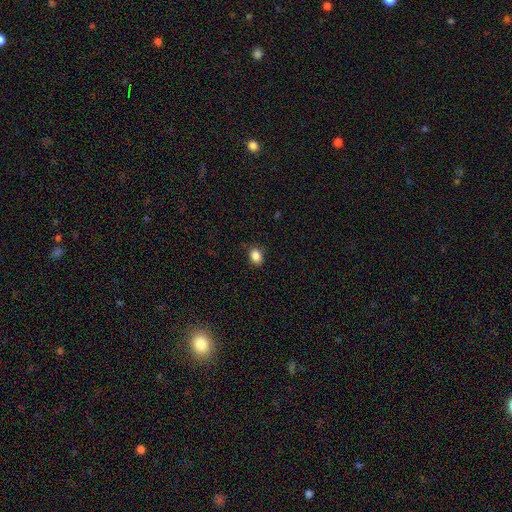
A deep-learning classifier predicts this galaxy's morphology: Smooth or featured? Predicted: smooth (p=0.86). How rounded? Predicted: in between (p=0.62). Merging? Predicted: none (p=0.82).